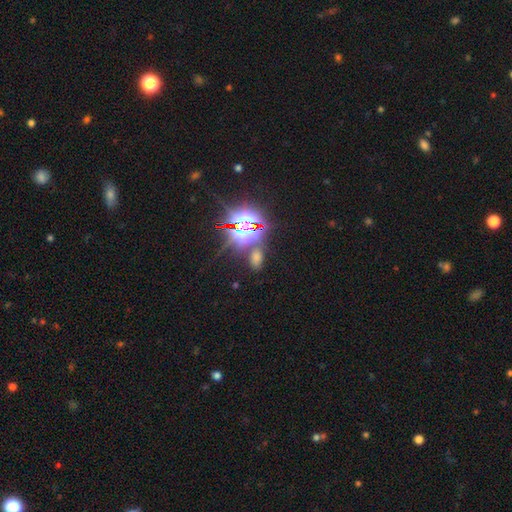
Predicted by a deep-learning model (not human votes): A star or artifact, not a galaxy (71%).